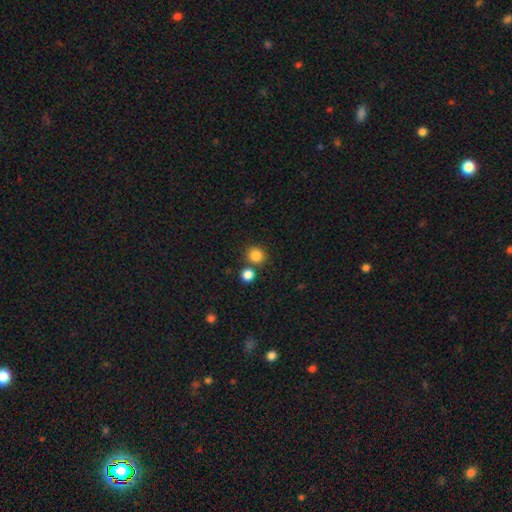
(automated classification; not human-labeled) smooth-or-featured: smooth: 84% | star or artifact: 12% | featured or disk: 4%
  how-rounded: round: 87% | in between: 12% | cigar-shaped: 1%
  merging: none: 72% | merger: 17% | minor disturbance: 8% | major disturbance: 3%